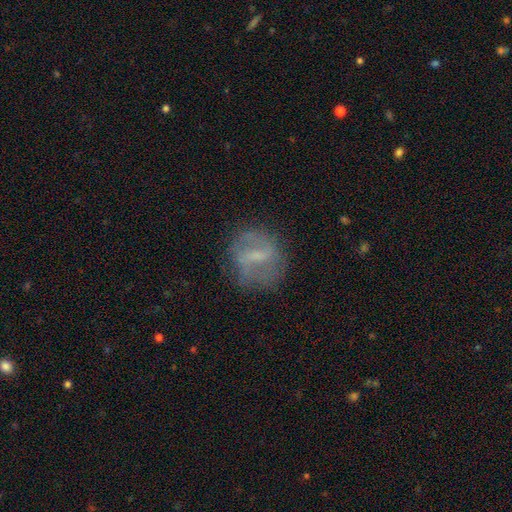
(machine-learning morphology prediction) This is possibly a featured or disk galaxy (59%). It is clearly not viewed edge-on (94%). Bar: possibly weak (46%). Spiral arm pattern: possibly yes (52%). Central bulge: marginally small (42%). Merging: likely none (69%).